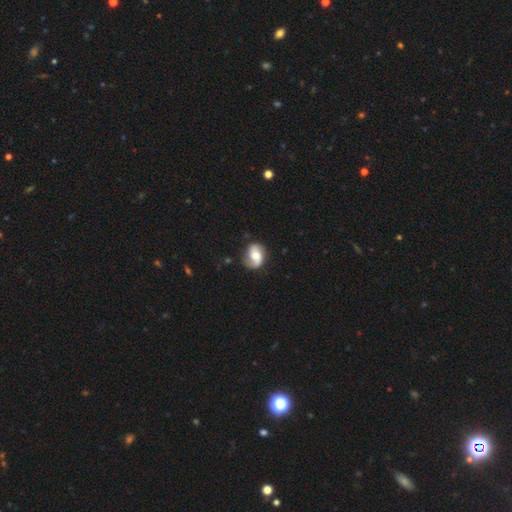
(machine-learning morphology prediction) Smooth or featured?
  - featured or disk: 54% *
  - smooth: 39%
  - star or artifact: 7%
Edge-on disk?
  - no: 97% *
  - yes: 3%
Bar?
  - no: 52% *
  - weak: 35%
  - strong: 13%
Spiral arms?
  - yes: 85% *
  - no: 15%
Bulge size?
  - moderate: 60% *
  - large: 19%
  - small: 16%
  - none: 3%
  - dominant: 2%
Merging?
  - none: 70% *
  - minor disturbance: 21%
  - major disturbance: 7%
  - merger: 2%